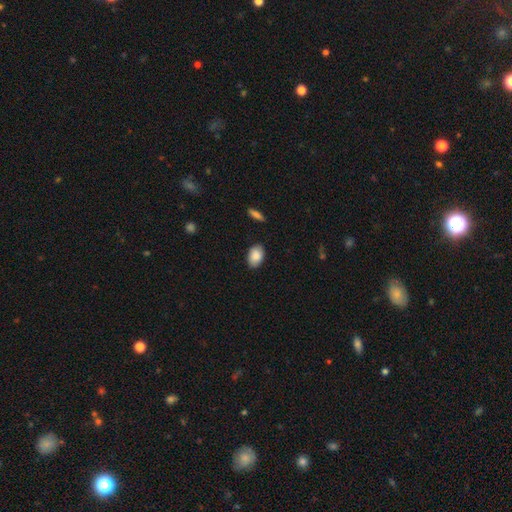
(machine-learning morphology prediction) smooth-or-featured: smooth: 88% | star or artifact: 7% | featured or disk: 6%
  how-rounded: in between: 88% | round: 11% | cigar-shaped: 1%
  merging: none: 86% | minor disturbance: 10% | major disturbance: 2% | merger: 1%